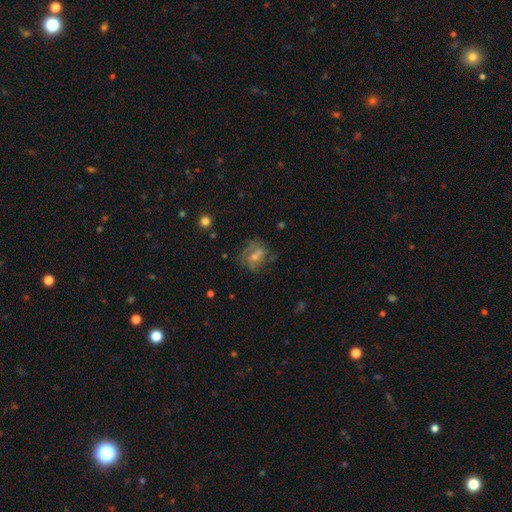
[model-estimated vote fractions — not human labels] This appears to be a featured or disk galaxy (52%). Merging: none (44%).